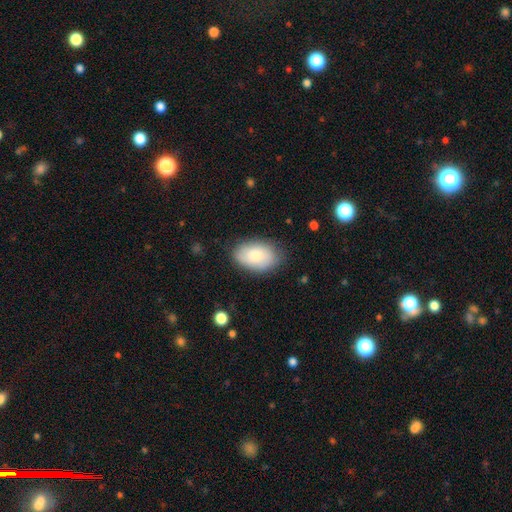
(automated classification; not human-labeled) Smooth or featured? Predicted: smooth (p=0.79). How rounded? Predicted: in between (p=0.89). Merging? Predicted: none (p=0.79).